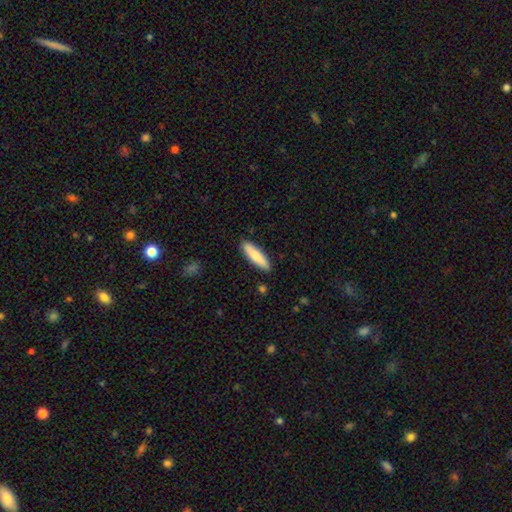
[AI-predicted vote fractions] A smooth galaxy with no disk features (80%) that is cigar-shaped (71%). Merging: none (90%).